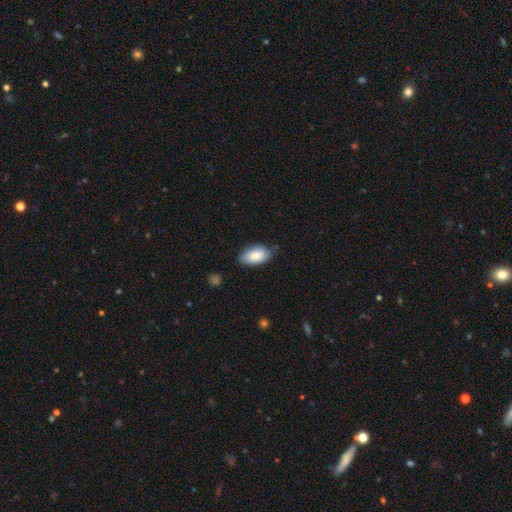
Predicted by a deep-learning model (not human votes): Smooth or featured: smooth — 85% (featured or disk — 9%)
How rounded: in between — 94% (round — 4%)
Merging: none — 78% (minor disturbance — 18%)